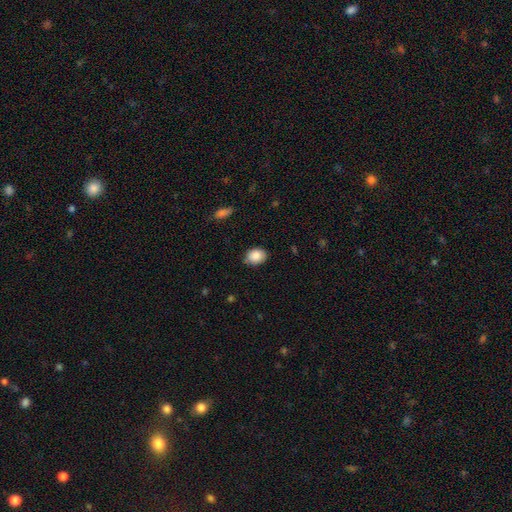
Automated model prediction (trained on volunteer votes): Smooth or featured?
  - smooth: 87% *
  - star or artifact: 7%
  - featured or disk: 5%
How rounded?
  - in between: 64% *
  - round: 35%
  - cigar-shaped: 1%
Merging?
  - none: 80% *
  - minor disturbance: 16%
  - major disturbance: 3%
  - merger: 1%